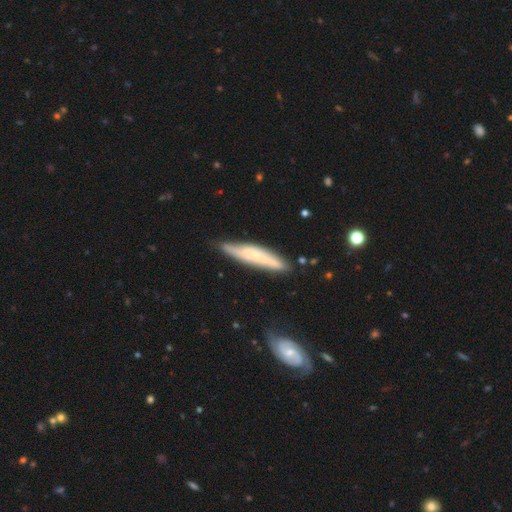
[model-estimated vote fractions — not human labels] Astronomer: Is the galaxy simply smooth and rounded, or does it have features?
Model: featured or disk — 50% (runner-up: smooth, 44%).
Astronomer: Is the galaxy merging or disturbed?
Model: none — 70%.